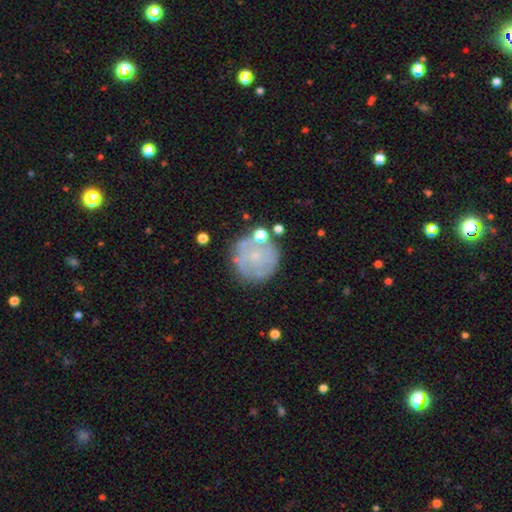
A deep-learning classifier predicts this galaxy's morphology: smooth_or_featured: featured or disk (p=0.57) [alt: smooth p=0.34]
disk_edge_on: no (p=0.98) [alt: yes p=0.02]
bar: no (p=0.84) [alt: weak p=0.13]
has_spiral_arms: yes (p=0.57) [alt: no p=0.43]
bulge_size: small (p=0.70) [alt: none p=0.14]
merging: none (p=0.67) [alt: minor disturbance p=0.18]